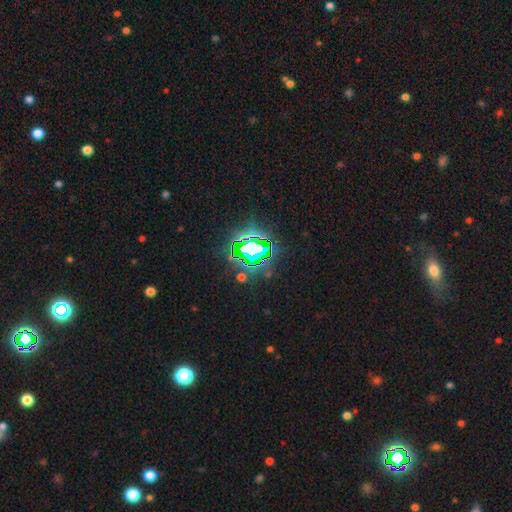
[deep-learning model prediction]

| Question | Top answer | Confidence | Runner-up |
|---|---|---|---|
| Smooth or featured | star or artifact | 81% | smooth (11%) |